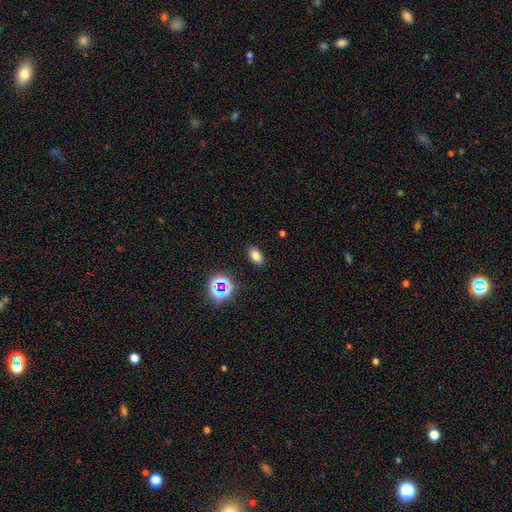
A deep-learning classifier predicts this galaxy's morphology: Smooth or featured? smooth (75%)
How rounded? in between (89%)
Merging? none (88%)